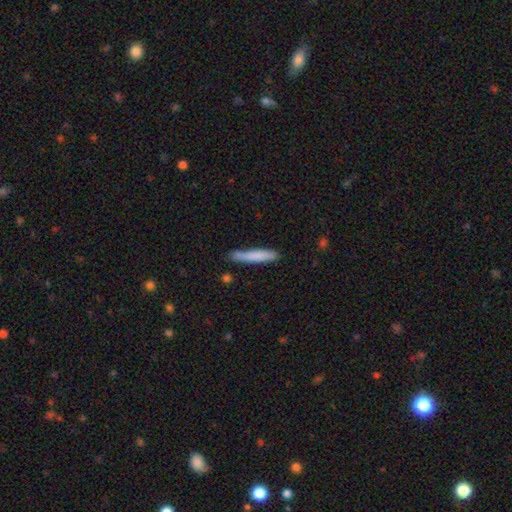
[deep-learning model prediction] smooth_or_featured: smooth (p=0.77) [alt: featured or disk p=0.17]
how_rounded: cigar-shaped (p=0.93) [alt: in between p=0.06]
merging: none (p=0.74) [alt: minor disturbance p=0.19]